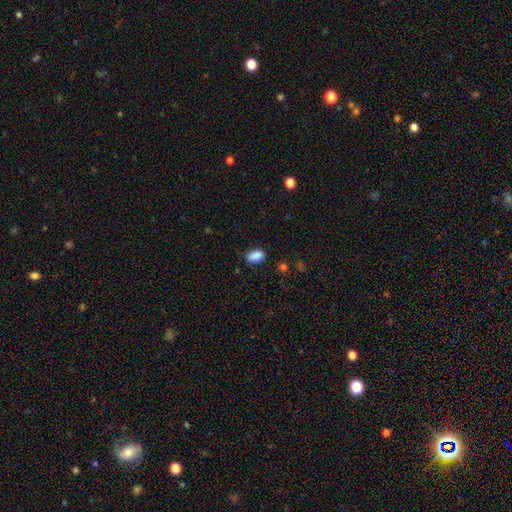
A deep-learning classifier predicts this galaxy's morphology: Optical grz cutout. It shows a smooth galaxy with no disk features (88%) that is in between round and cigar-shaped (90%). Merging: none (77%).